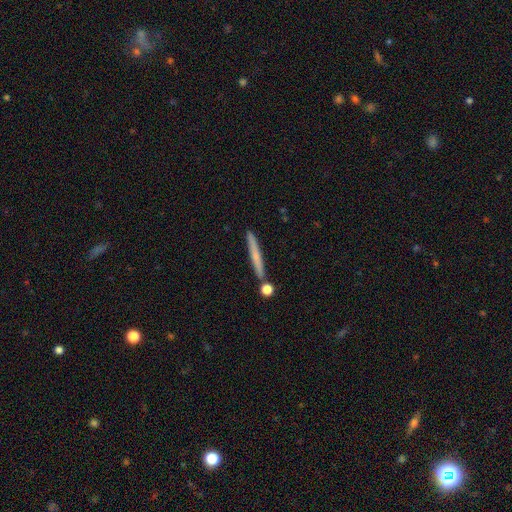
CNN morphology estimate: smooth_or_featured: smooth (p=0.57) [alt: featured or disk p=0.37]
how_rounded: cigar-shaped (p=0.96) [alt: in between p=0.03]
merging: none (p=0.84) [alt: minor disturbance p=0.08]